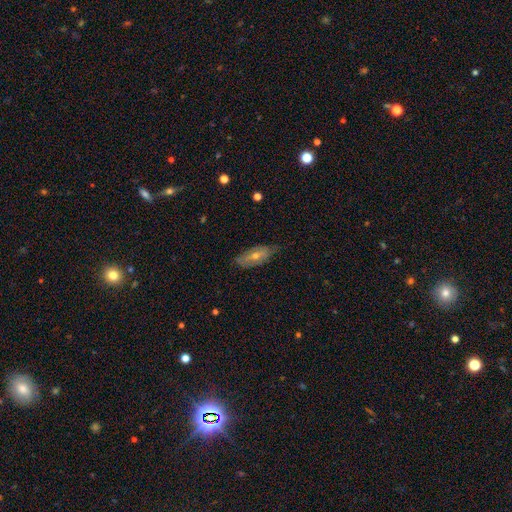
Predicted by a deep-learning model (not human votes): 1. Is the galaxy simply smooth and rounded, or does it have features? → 54% featured or disk, 36% smooth, 10% star or artifact.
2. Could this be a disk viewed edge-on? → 73% no, 27% yes.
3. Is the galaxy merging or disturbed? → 75% none, 20% minor disturbance, 4% major disturbance, 1% merger.